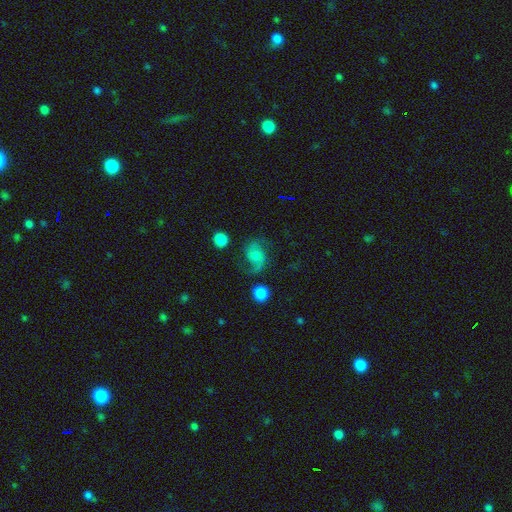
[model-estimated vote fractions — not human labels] Morphology: type=featured or disk (70%); edge-on=no (98%); bar=no (65%); spiral arms=yes (94%); winding=loose (56%); arm count=2 (89%); bulge=moderate (37%); merging=none (62%).